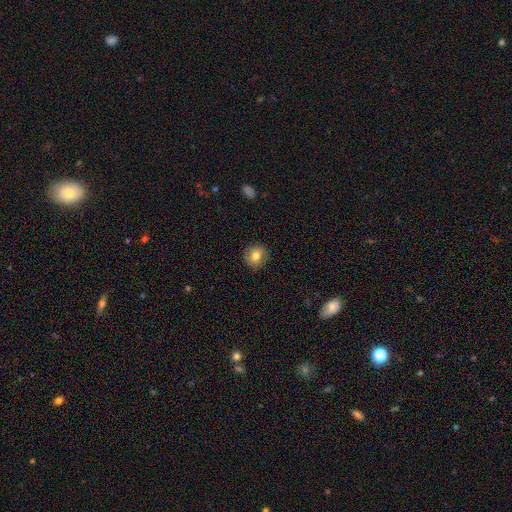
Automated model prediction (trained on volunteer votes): Smooth or featured? smooth (79%)
How rounded? round (90%)
Merging? none (88%)